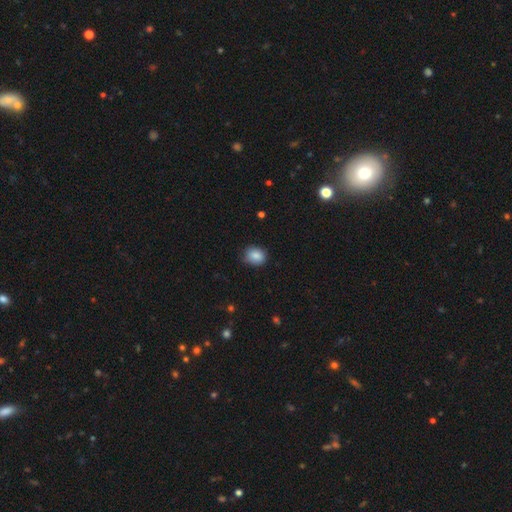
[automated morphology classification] Smooth or featured?
  - smooth: 86% *
  - star or artifact: 8%
  - featured or disk: 5%
How rounded?
  - round: 53% *
  - in between: 46%
  - cigar-shaped: 1%
Merging?
  - none: 76% *
  - minor disturbance: 19%
  - major disturbance: 3%
  - merger: 1%